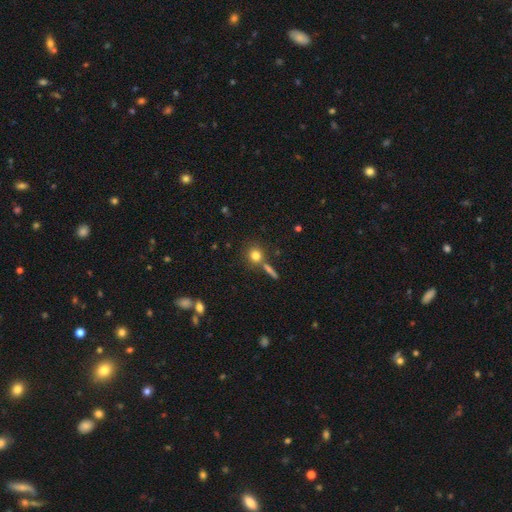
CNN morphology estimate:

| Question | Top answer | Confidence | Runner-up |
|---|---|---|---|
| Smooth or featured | smooth | 78% | star or artifact (13%) |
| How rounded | round | 88% | in between (10%) |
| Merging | none | 71% | merger (16%) |